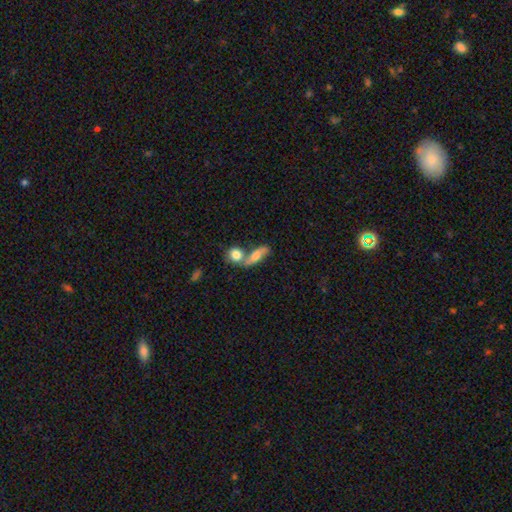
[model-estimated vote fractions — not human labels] Q: Smooth or featured?
A: smooth (60%); runner-up: featured or disk (31%)
Q: How rounded?
A: in between (56%); runner-up: cigar-shaped (27%)
Q: Merging?
A: merger (51%); runner-up: none (32%)